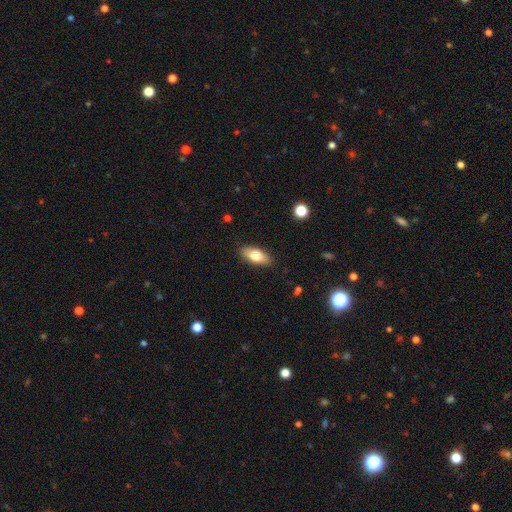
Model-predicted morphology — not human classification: type=smooth (75%); roundness=in between (85%); merging=none (88%).